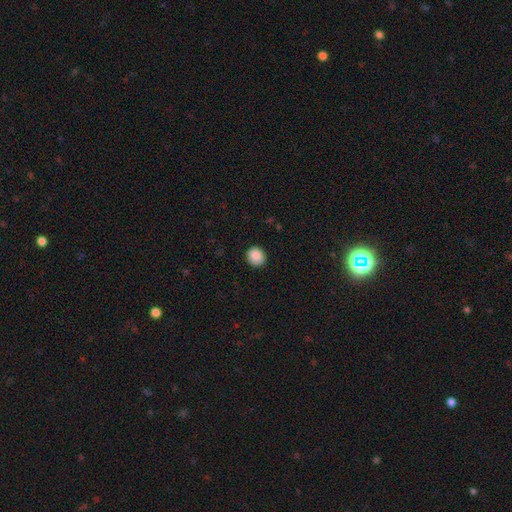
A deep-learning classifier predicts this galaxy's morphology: Smooth or featured?
  - smooth: 89% *
  - star or artifact: 8%
  - featured or disk: 3%
How rounded?
  - round: 79% *
  - in between: 20%
  - cigar-shaped: 1%
Merging?
  - none: 89% *
  - minor disturbance: 8%
  - major disturbance: 2%
  - merger: 1%